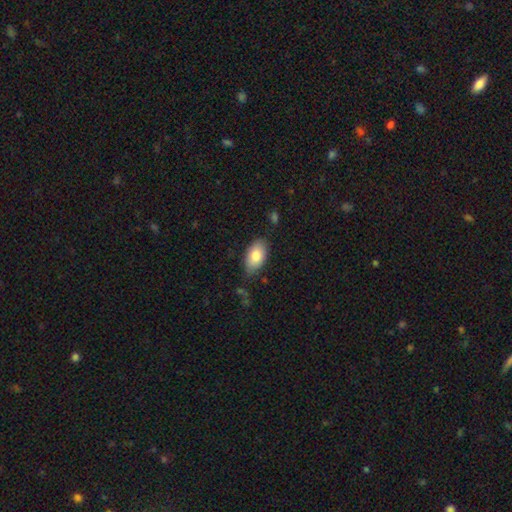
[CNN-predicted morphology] Smooth or featured: smooth — 82% (featured or disk — 12%)
How rounded: in between — 93% (round — 5%)
Merging: none — 77% (minor disturbance — 17%)